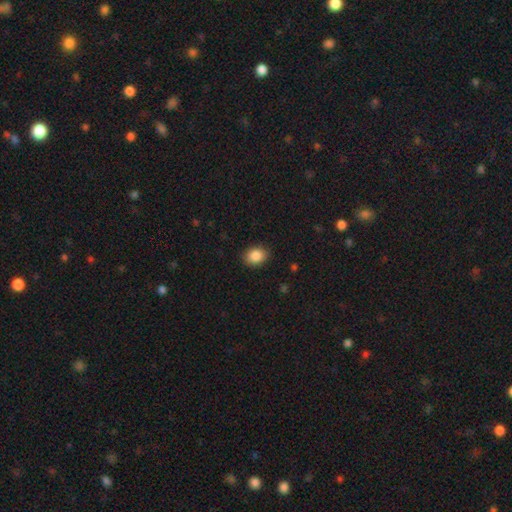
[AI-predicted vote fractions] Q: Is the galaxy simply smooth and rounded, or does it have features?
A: smooth — 87%.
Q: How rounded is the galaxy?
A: in between — 63%.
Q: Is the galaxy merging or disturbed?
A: none — 87%.